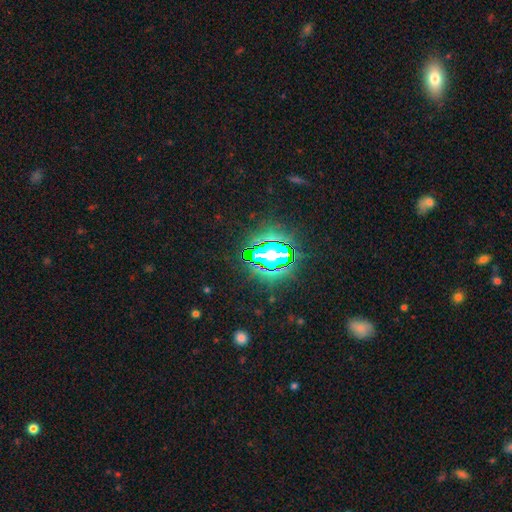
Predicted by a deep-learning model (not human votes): smooth_or_featured: star or artifact (p=0.75) [alt: smooth p=0.14]